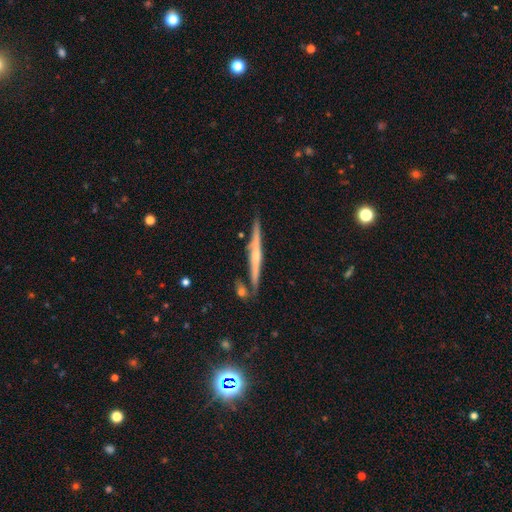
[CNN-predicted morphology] smooth_or_featured: featured or disk (p=0.66) [alt: smooth p=0.29]
disk_edge_on: yes (p=0.97) [alt: no p=0.03]
edge_on_bulge: none (p=0.47) [alt: rounded p=0.41]
merging: none (p=0.84) [alt: minor disturbance p=0.10]